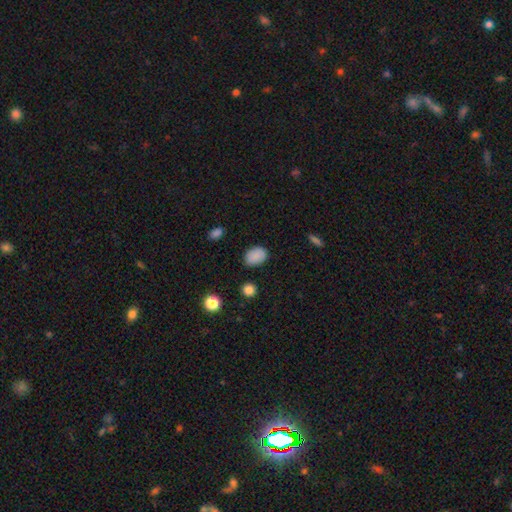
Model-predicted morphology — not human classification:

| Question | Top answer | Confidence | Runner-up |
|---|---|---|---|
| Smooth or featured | smooth | 87% | star or artifact (10%) |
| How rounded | in between | 81% | round (18%) |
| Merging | none | 81% | minor disturbance (14%) |